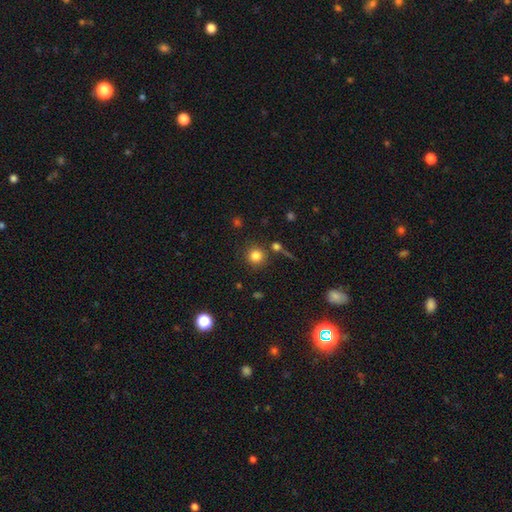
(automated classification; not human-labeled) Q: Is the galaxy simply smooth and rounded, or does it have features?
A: smooth — 82%.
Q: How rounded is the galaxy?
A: round — 93%.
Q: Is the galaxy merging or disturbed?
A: none — 80%.